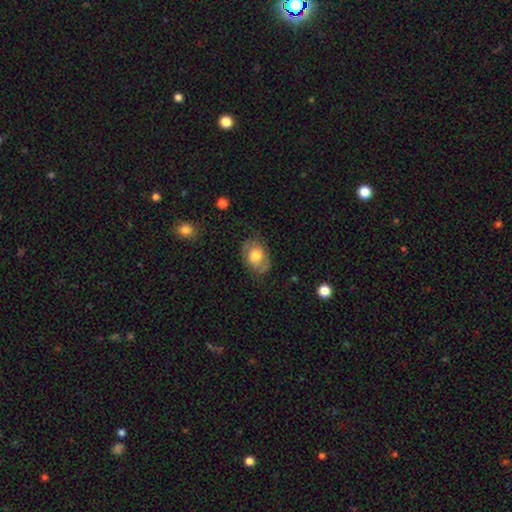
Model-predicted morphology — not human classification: A smooth galaxy with no disk features (56%) that is in between round and cigar-shaped (76%).

Vote fractions:
- Smooth or featured? smooth: 56% / featured or disk: 37% / star or artifact: 7%
- How rounded? in between: 76% / round: 23% / cigar-shaped: 1%
- Merging? none: 63% / minor disturbance: 24% / major disturbance: 11% / merger: 1%